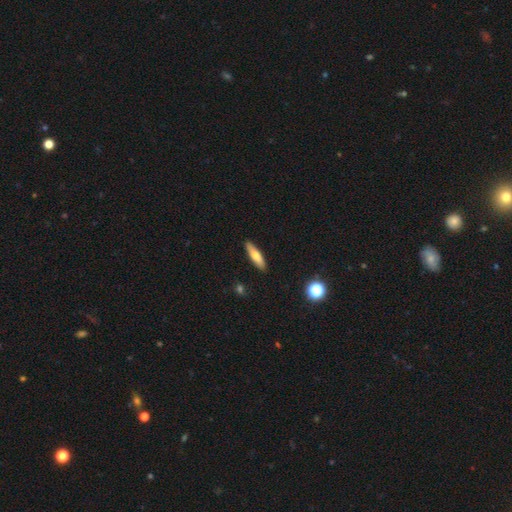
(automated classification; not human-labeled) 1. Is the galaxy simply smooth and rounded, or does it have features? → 66% smooth, 27% featured or disk, 7% star or artifact.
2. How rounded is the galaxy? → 67% cigar-shaped, 30% in between, 2% round.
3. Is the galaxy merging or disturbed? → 89% none, 8% minor disturbance, 2% major disturbance, 1% merger.